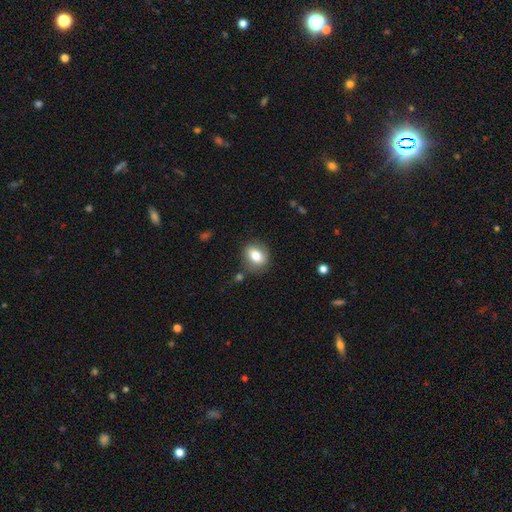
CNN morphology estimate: smooth-or-featured: smooth: 75% | featured or disk: 16% | star or artifact: 9%
  how-rounded: in between: 51% | round: 48% | cigar-shaped: 2%
  merging: none: 81% | minor disturbance: 12% | major disturbance: 4% | merger: 3%